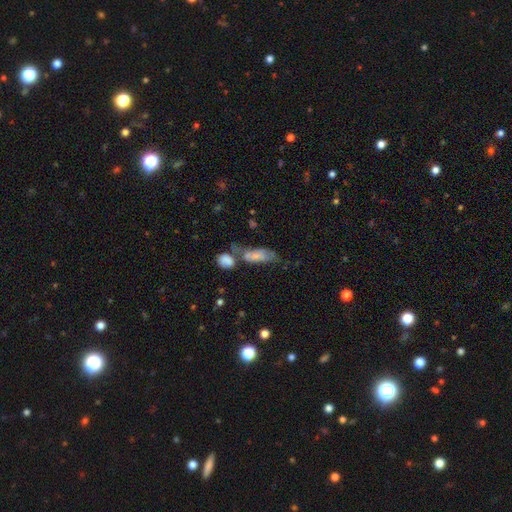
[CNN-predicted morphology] Smooth or featured: smooth — 65% (featured or disk — 26%)
How rounded: in between — 75% (cigar-shaped — 19%)
Merging: merger — 45% (none — 23%)